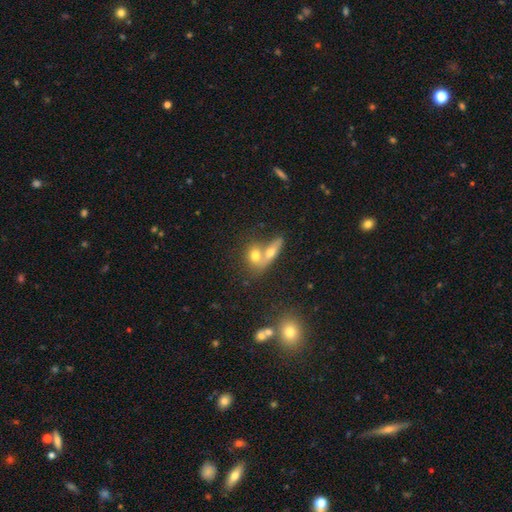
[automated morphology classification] This is likely a smooth galaxy (65%). How rounded: possibly in between (51%). Merging: likely merger (62%).